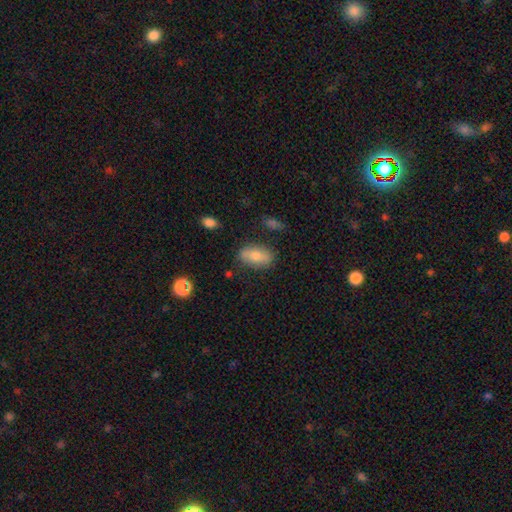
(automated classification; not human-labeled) Smooth or featured? Predicted: smooth (p=0.71). How rounded? Predicted: in between (p=0.87). Merging? Predicted: none (p=0.79).